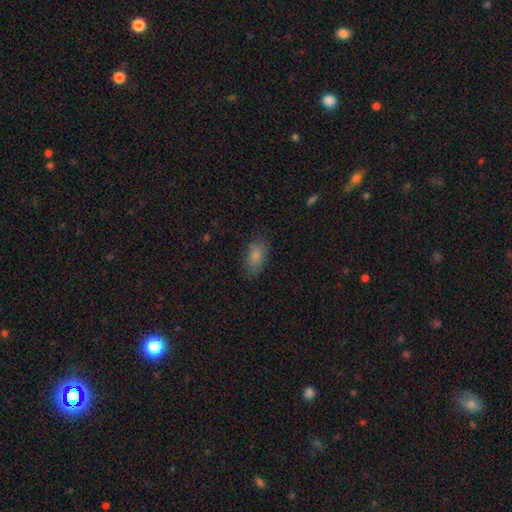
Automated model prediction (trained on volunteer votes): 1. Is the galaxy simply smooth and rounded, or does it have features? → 82% smooth, 10% featured or disk, 8% star or artifact.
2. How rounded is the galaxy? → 89% in between, 6% round, 5% cigar-shaped.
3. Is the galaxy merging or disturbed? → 78% none, 17% minor disturbance, 4% major disturbance, 1% merger.